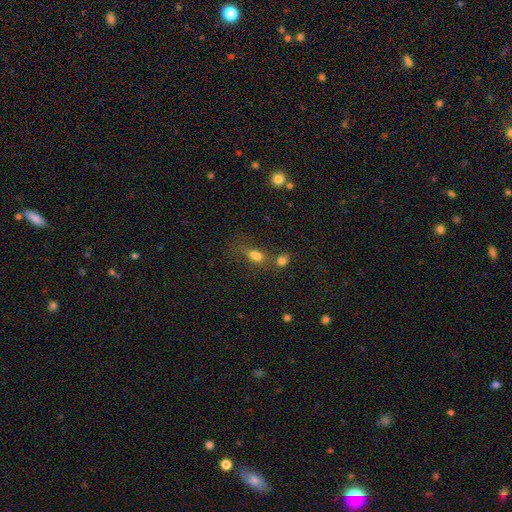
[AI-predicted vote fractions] This is likely a smooth galaxy (76%). How rounded: likely in between (72%). Merging: marginally none (37%, tied with merger).